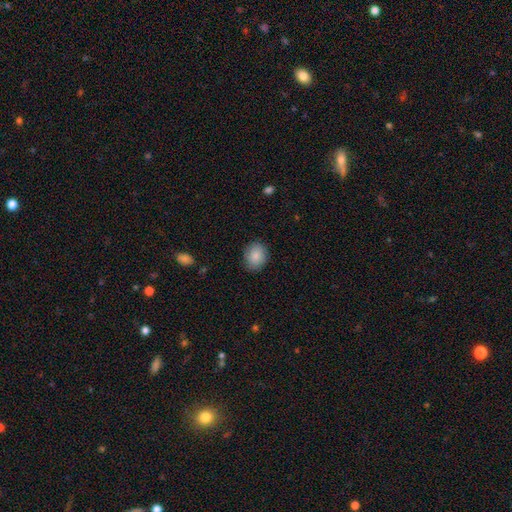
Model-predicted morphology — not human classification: smooth 87%, star or artifact 7%, featured or disk 6%. Down the decision tree: how rounded — round (52%); merging — none (86%).